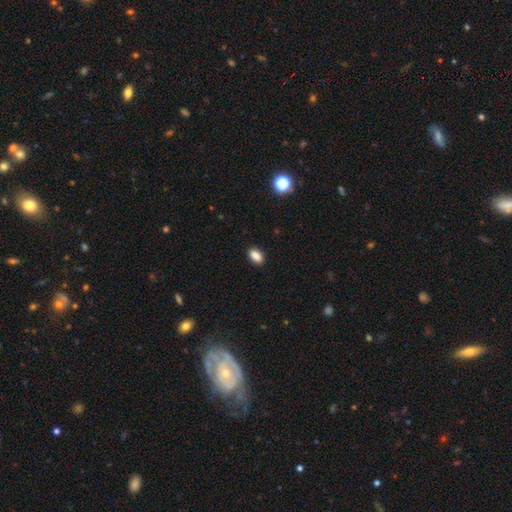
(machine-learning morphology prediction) The model was most divided on "smooth or featured": smooth: 87%, star or artifact: 9%, featured or disk: 4%. More confident: merging — none (89%); how rounded — in between (89%).